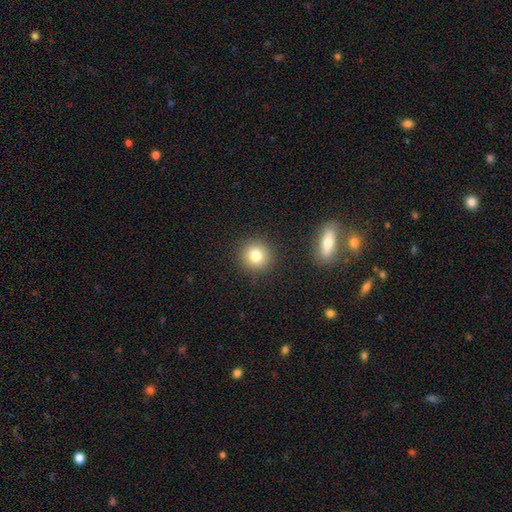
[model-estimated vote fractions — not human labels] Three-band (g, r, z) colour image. It shows a smooth galaxy with no disk features (80%) that is round (92%). Merging: none (89%).